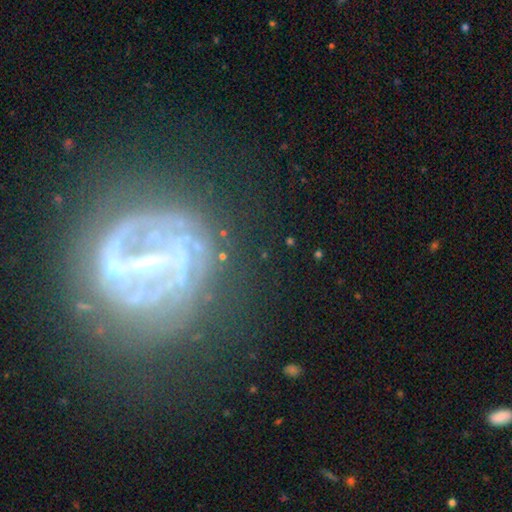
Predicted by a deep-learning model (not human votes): A featured or disk galaxy (74%) with a strong bar (60%), spiral arms (57%) and a small central bulge (48%).

Vote fractions:
- Smooth or featured? featured or disk: 74% / star or artifact: 15% / smooth: 11%
- Edge-on disk? no: 93% / yes: 7%
- Bar? strong: 60% / weak: 23% / no: 17%
- Spiral arms? yes: 57% / no: 43%
- Bulge size? small: 48% / none: 29% / moderate: 17% / large: 3% / dominant: 2%
- Merging? none: 62% / major disturbance: 18% / minor disturbance: 16% / merger: 5%